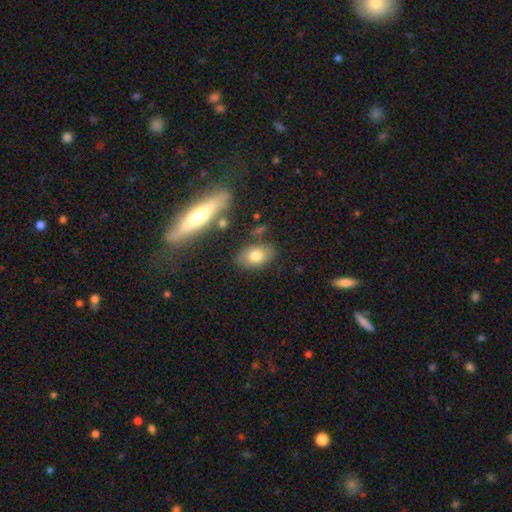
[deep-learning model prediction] This appears to be a smooth galaxy with no disk features (74%) that is in between round and cigar-shaped (86%). Merging: none (78%).